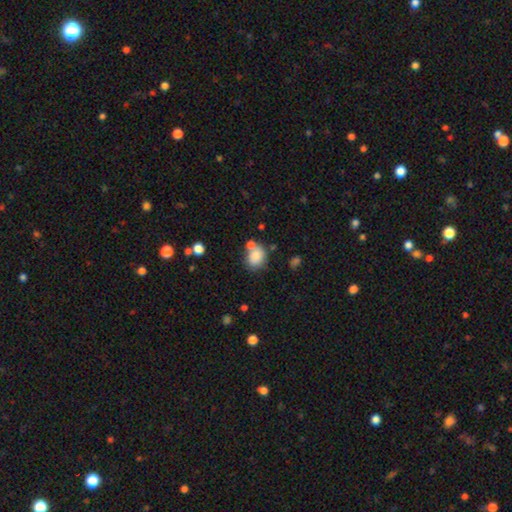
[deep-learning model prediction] Smooth or featured: smooth — 83% (star or artifact — 9%)
How rounded: round — 54% (in between — 45%)
Merging: none — 58% (merger — 22%)